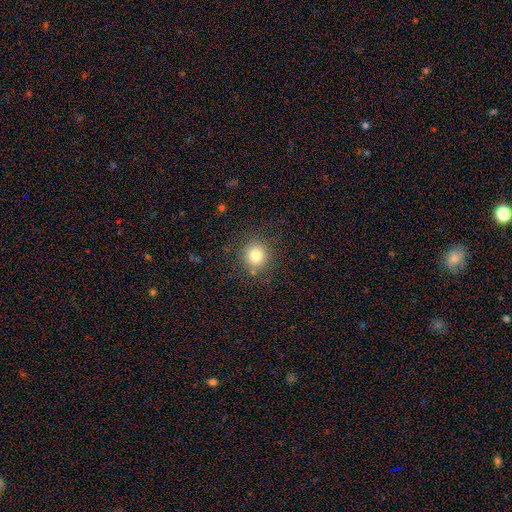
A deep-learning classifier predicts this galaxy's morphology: This appears to be a smooth galaxy with no disk features (78%) that is round (91%). Merging: none (86%).